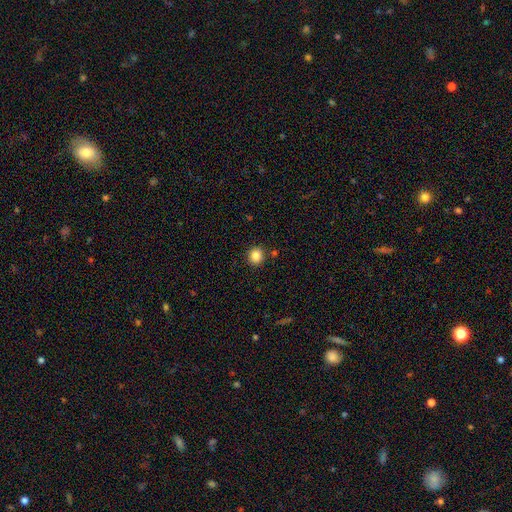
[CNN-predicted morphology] smooth_or_featured: smooth (p=0.84) [alt: star or artifact p=0.11]
how_rounded: round (p=0.88) [alt: in between p=0.11]
merging: none (p=0.89) [alt: minor disturbance p=0.06]